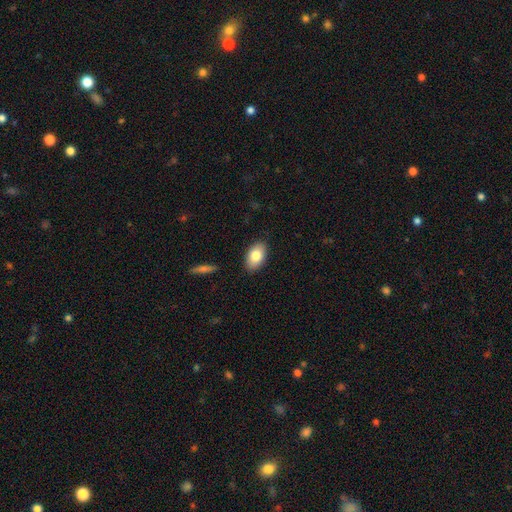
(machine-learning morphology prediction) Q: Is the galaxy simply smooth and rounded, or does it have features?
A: smooth — 82%.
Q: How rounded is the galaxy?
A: in between — 92%.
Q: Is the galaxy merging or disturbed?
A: none — 88%.